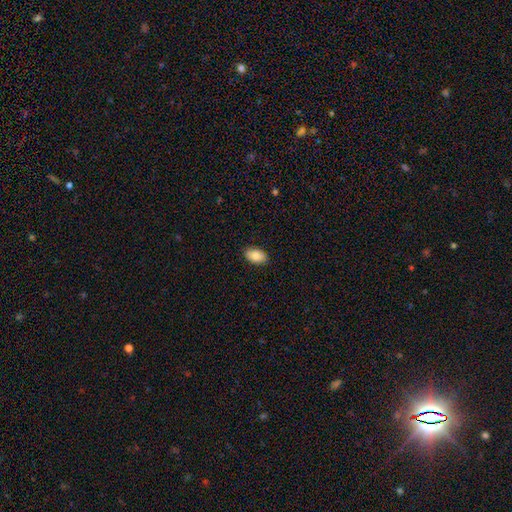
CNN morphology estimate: smooth 85%, featured or disk 8%, star or artifact 7%. Down the decision tree: how rounded — in between (93%); merging — none (89%).